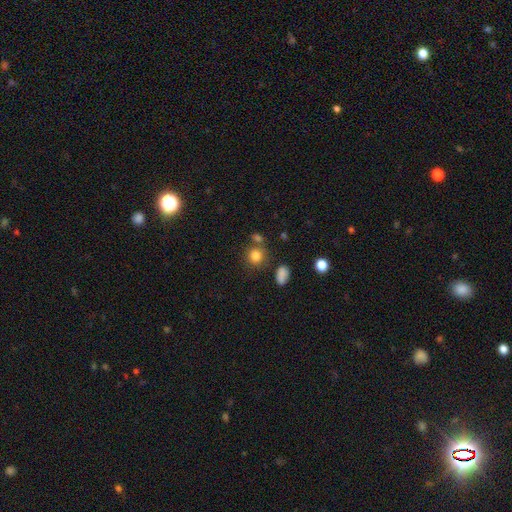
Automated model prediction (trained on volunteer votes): A smooth galaxy with no disk features (82%) that is round (82%).

Vote fractions:
- Smooth or featured? smooth: 82% / star or artifact: 12% / featured or disk: 6%
- How rounded? round: 82% / in between: 17% / cigar-shaped: 1%
- Merging? none: 72% / merger: 13% / minor disturbance: 11% / major disturbance: 4%